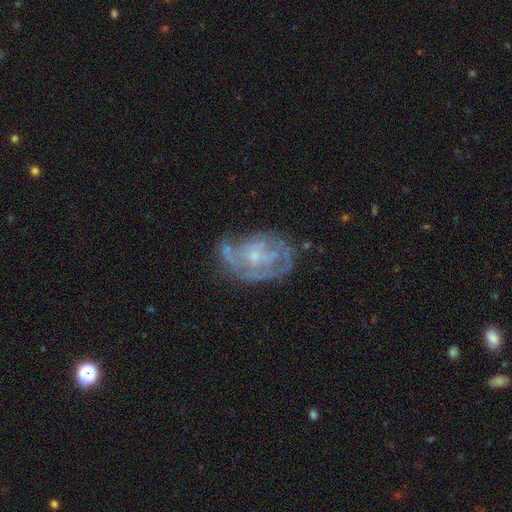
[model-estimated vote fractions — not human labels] smooth-or-featured: featured or disk: 78% | smooth: 14% | star or artifact: 8%
  disk-edge-on: no: 97% | yes: 3%
    bar: no: 70% | weak: 25% | strong: 5%
    has-spiral-arms: yes: 76% | no: 24%
      spiral-winding: tight: 49% | medium: 36% | loose: 15%
      spiral-arm-count: can't tell: 44% | 2: 22% | 3: 16% | 1: 8% | 4: 6% | more than 4: 4%
    bulge-size: small: 74% | moderate: 17% | none: 7% | large: 1% | dominant: 1%
  merging: none: 49% | minor disturbance: 26% | major disturbance: 21% | merger: 4%